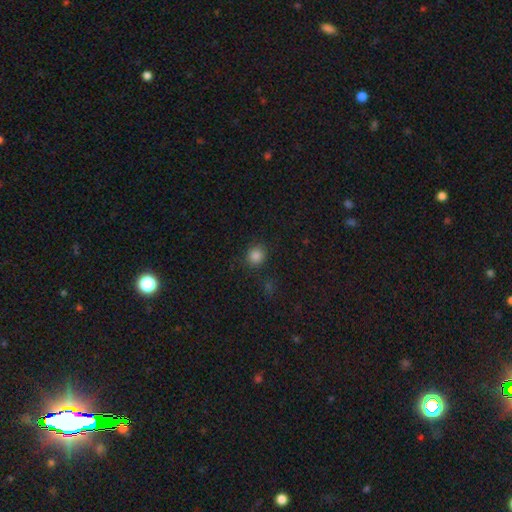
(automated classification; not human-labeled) Smooth or featured: smooth — 85% (star or artifact — 12%)
How rounded: round — 83% (in between — 16%)
Merging: none — 84% (minor disturbance — 9%)